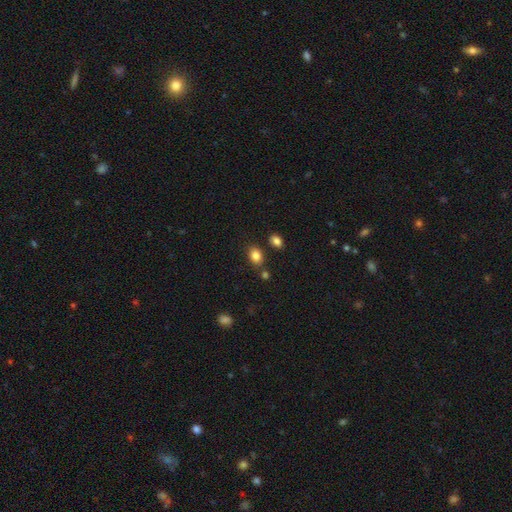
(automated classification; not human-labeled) Morphology: type=smooth (84%); roundness=in between (71%); merging=none (76%).